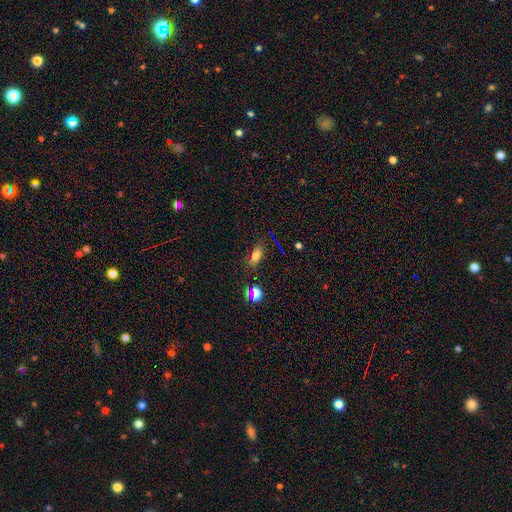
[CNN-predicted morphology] smooth 73%, star or artifact 17%, featured or disk 11%. Down the decision tree: how rounded — in between (78%); merging — none (78%).